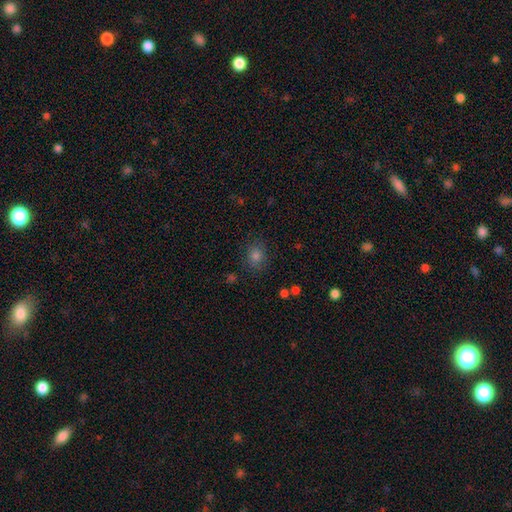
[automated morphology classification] Smooth or featured? smooth (74%)
How rounded? round (67%)
Merging? none (85%)